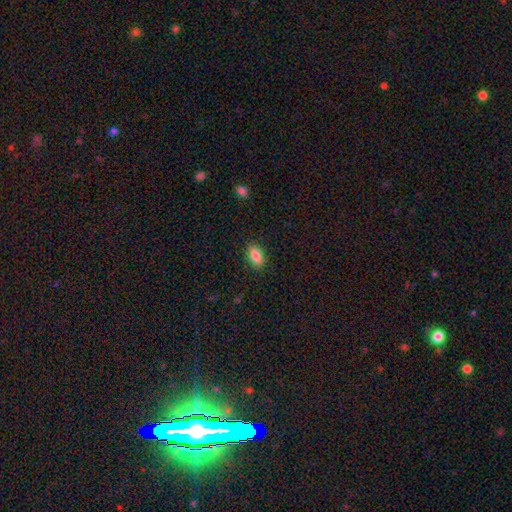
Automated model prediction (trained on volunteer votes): A smooth galaxy with no disk features (86%) that is in between round and cigar-shaped (90%).

Vote fractions:
- Smooth or featured? smooth: 86% / star or artifact: 8% / featured or disk: 6%
- How rounded? in between: 90% / round: 6% / cigar-shaped: 4%
- Merging? none: 88% / minor disturbance: 9% / major disturbance: 2% / merger: 1%